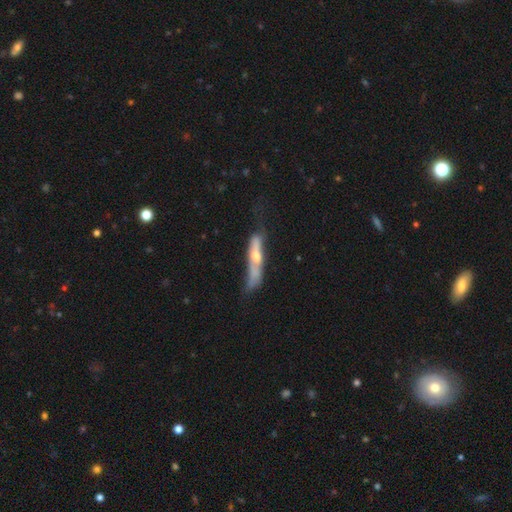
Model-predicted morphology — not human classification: smooth_or_featured: featured or disk (p=0.55) [alt: smooth p=0.38]
disk_edge_on: yes (p=0.69) [alt: no p=0.31]
merging: none (p=0.40) [alt: minor disturbance p=0.30]